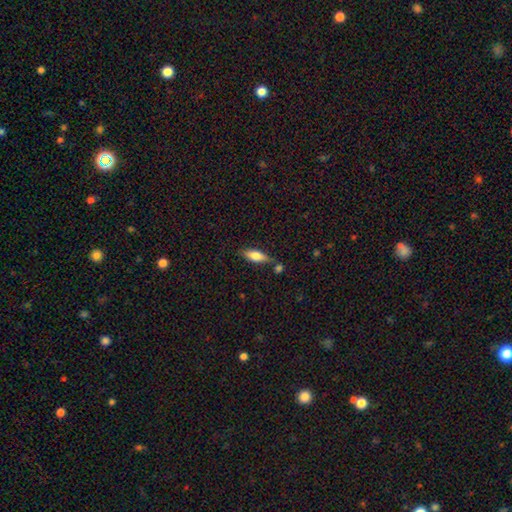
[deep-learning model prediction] Smooth or featured: smooth — 67% (featured or disk — 26%)
How rounded: in between — 59% (cigar-shaped — 38%)
Merging: none — 68% (minor disturbance — 16%)